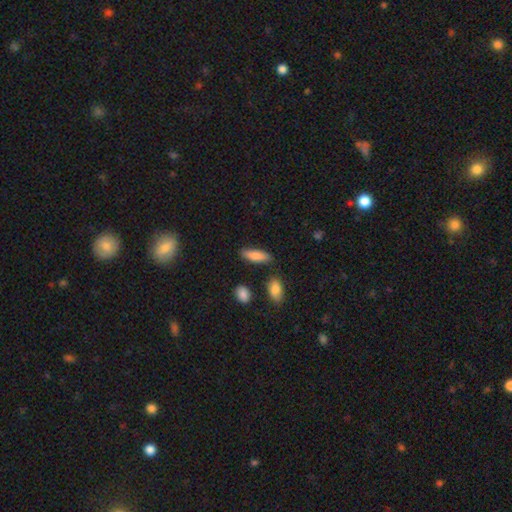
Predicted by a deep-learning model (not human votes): A smooth galaxy with no disk features (83%) that is in between round and cigar-shaped (60%). Merging: none (79%).